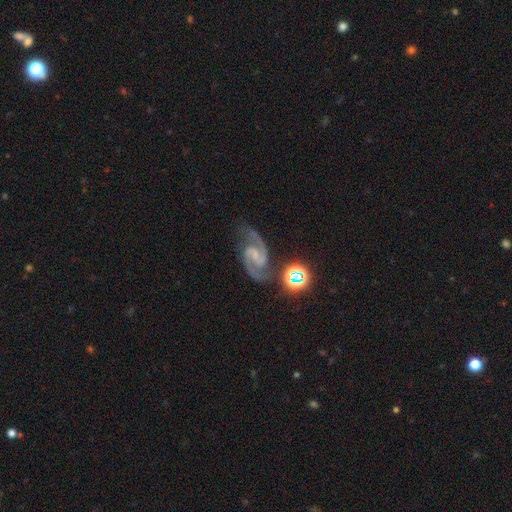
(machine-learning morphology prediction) smooth-or-featured: featured or disk: 90% | star or artifact: 7% | smooth: 3%
  disk-edge-on: no: 98% | yes: 2%
    bar: weak: 50% | no: 29% | strong: 21%
    has-spiral-arms: yes: 99% | no: 1%
      spiral-winding: medium: 68% | tight: 17% | loose: 15%
      spiral-arm-count: 2: 94% | can't tell: 2% | 3: 1% | 1: 1% | 4: 1% | more than 4: 1%
    bulge-size: small: 58% | none: 23% | moderate: 17% | large: 1% | dominant: 1%
  merging: none: 75% | minor disturbance: 15% | major disturbance: 6% | merger: 4%